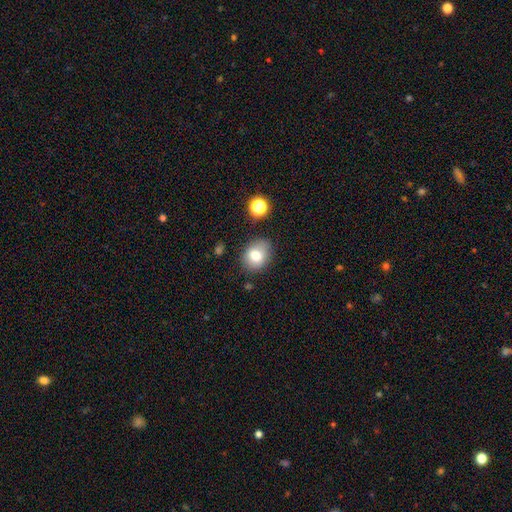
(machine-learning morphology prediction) The model was most divided on "how rounded": in between: 55%, round: 44%, cigar-shaped: 1%. More confident: smooth or featured — smooth (77%); merging — none (76%).